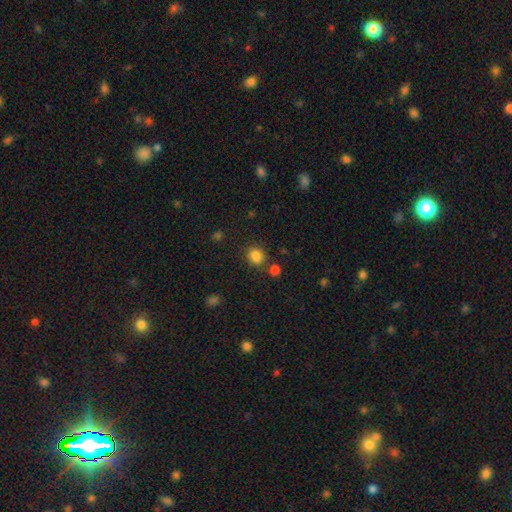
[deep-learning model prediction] A smooth galaxy with no disk features (83%) that is round (63%). Merging: none (74%).